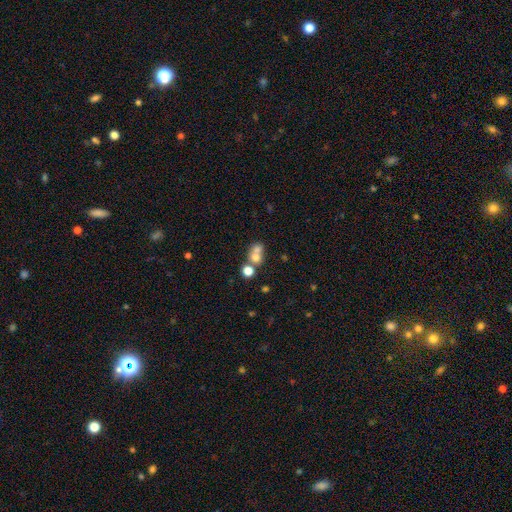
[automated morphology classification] smooth 69%, featured or disk 17%, star or artifact 14%. Down the decision tree: how rounded — round (65%); merging — merger (59%).